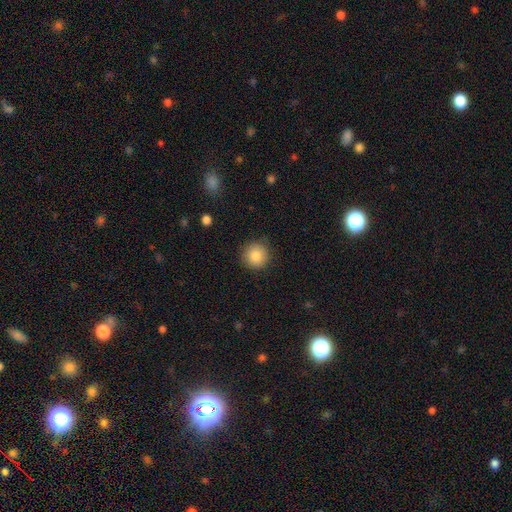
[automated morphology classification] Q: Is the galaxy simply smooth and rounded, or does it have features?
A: smooth — 85%.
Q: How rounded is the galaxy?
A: round — 95%.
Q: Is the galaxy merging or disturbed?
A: none — 88%.